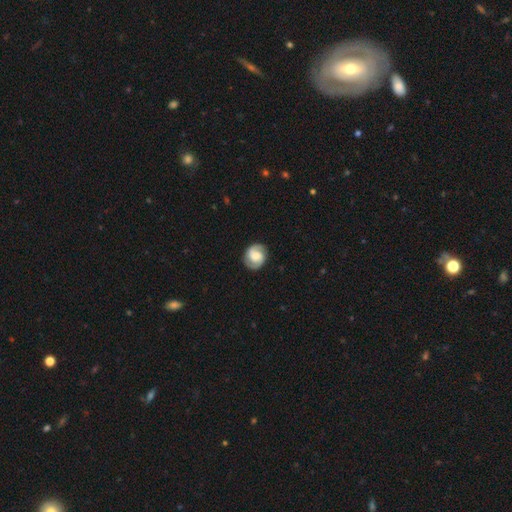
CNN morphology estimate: Smooth or featured? featured or disk (76%)
Edge-on disk? no (98%)
Bar? weak (44%)
Spiral arms? yes (96%)
Spiral winding? tight (44%, tied with medium)
Spiral arm count? 2 (91%)
Bulge size? moderate (45%)
Merging? none (86%)